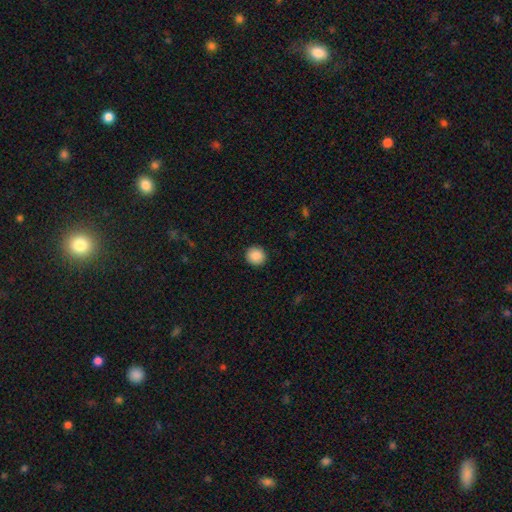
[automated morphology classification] Smooth or featured: smooth — 88% (star or artifact — 8%)
How rounded: round — 92% (in between — 7%)
Merging: none — 92% (minor disturbance — 5%)